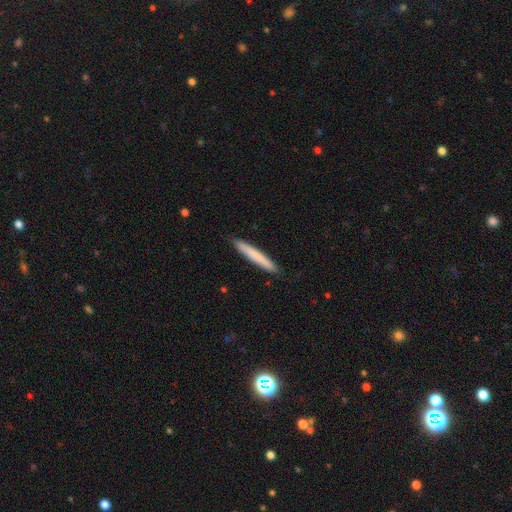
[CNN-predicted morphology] A smooth galaxy with no disk features (74%) that is cigar-shaped (96%). Merging: none (91%).